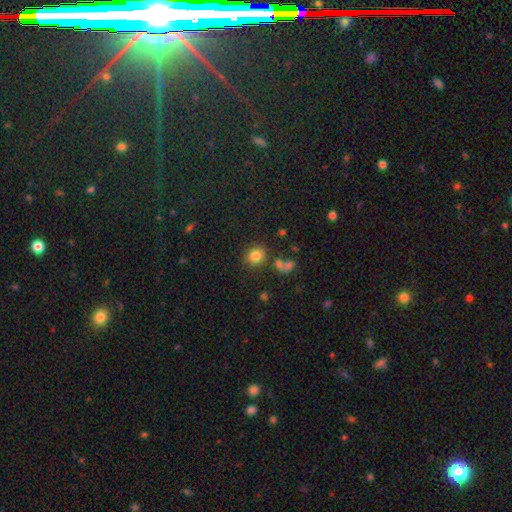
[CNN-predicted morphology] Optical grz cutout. It shows a smooth galaxy with no disk features (81%) that is round (81%). Merging: none (76%).